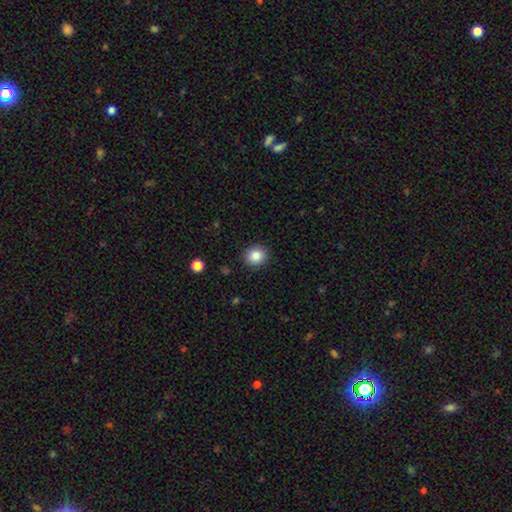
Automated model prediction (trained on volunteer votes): Smooth or featured: smooth — 85% (star or artifact — 10%)
How rounded: round — 83% (in between — 16%)
Merging: none — 91% (minor disturbance — 6%)